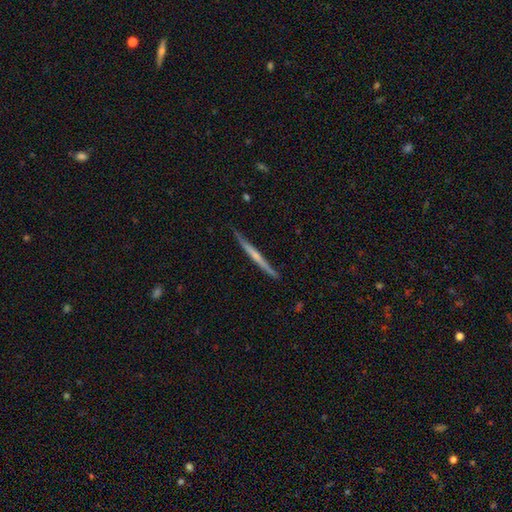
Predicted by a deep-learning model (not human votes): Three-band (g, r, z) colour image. It shows a featured or disk galaxy (63%) viewed edge-on (98%) with no central bulge (58%). Merging: none (88%).